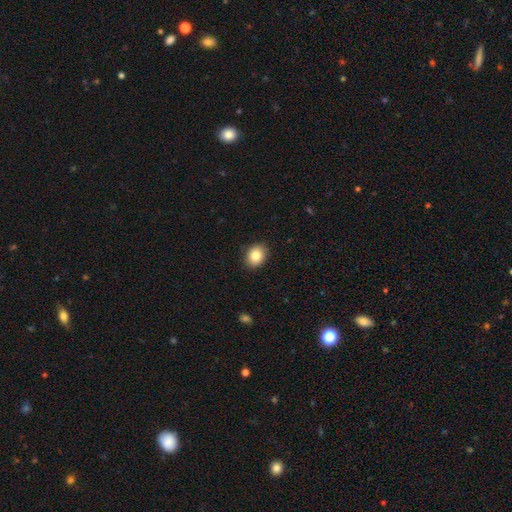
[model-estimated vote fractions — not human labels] Smooth or featured: smooth — 83% (star or artifact — 9%)
How rounded: in between — 52% (round — 47%)
Merging: none — 88% (minor disturbance — 9%)